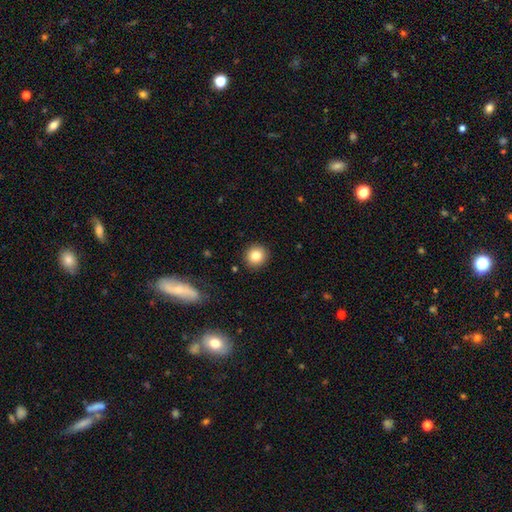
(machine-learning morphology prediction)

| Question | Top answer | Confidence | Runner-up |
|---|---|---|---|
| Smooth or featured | smooth | 83% | star or artifact (10%) |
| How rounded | round | 93% | in between (6%) |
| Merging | none | 91% | minor disturbance (6%) |